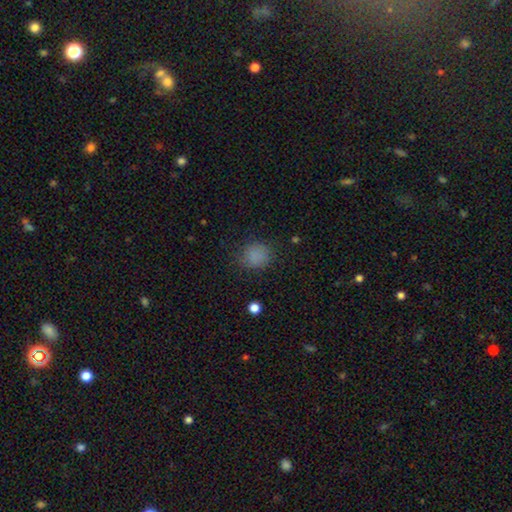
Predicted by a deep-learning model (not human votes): smooth-or-featured: smooth: 83% | star or artifact: 12% | featured or disk: 5%
  how-rounded: round: 79% | in between: 20% | cigar-shaped: 1%
  merging: none: 80% | minor disturbance: 14% | major disturbance: 5% | merger: 1%